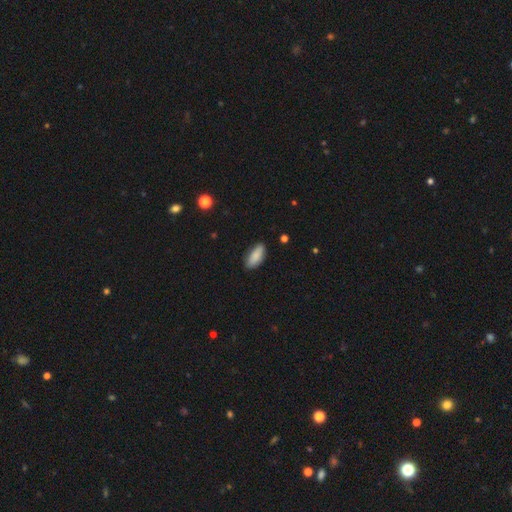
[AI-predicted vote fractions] Q: Smooth or featured?
A: smooth (87%); runner-up: featured or disk (6%)
Q: How rounded?
A: in between (85%); runner-up: cigar-shaped (13%)
Q: Merging?
A: none (82%); runner-up: minor disturbance (14%)